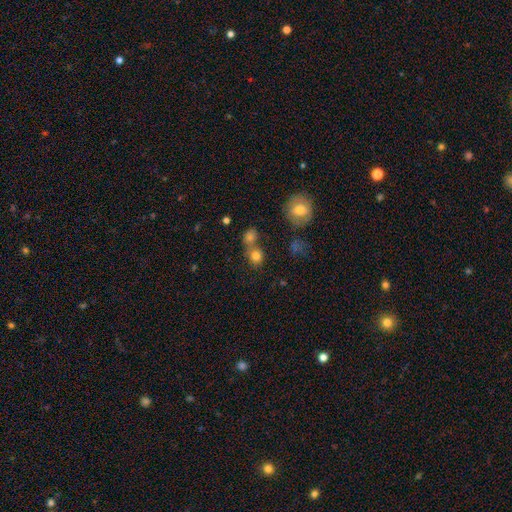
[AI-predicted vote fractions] Q: Smooth or featured?
A: smooth (79%); runner-up: star or artifact (13%)
Q: How rounded?
A: round (77%); runner-up: in between (22%)
Q: Merging?
A: none (51%); runner-up: merger (37%)